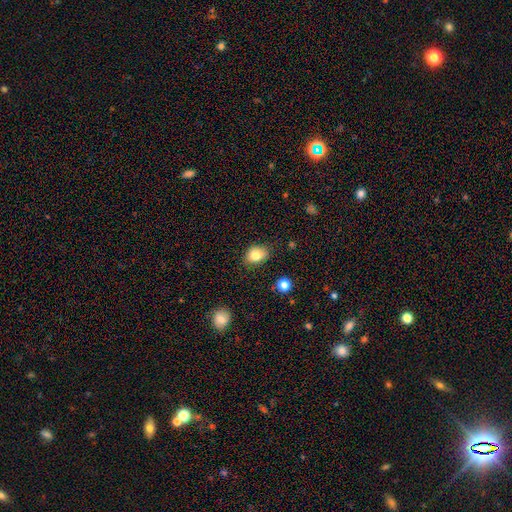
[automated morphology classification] type=smooth (81%); roundness=in between (69%); merging=none (78%).